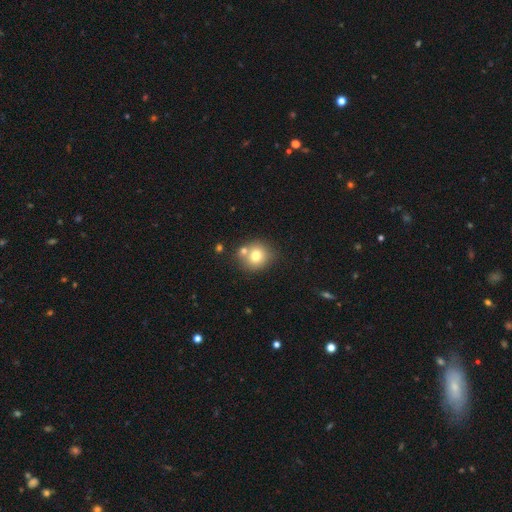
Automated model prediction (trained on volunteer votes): A smooth galaxy with no disk features (74%) that is round (81%). Merging: none (62%).